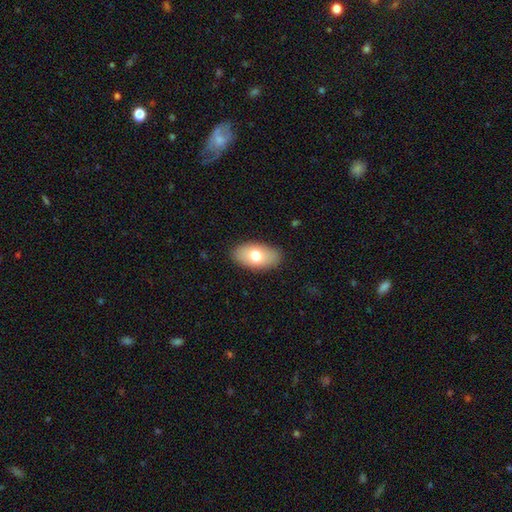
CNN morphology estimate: A smooth galaxy with no disk features (72%) that is in between round and cigar-shaped (93%). Merging: none (87%).